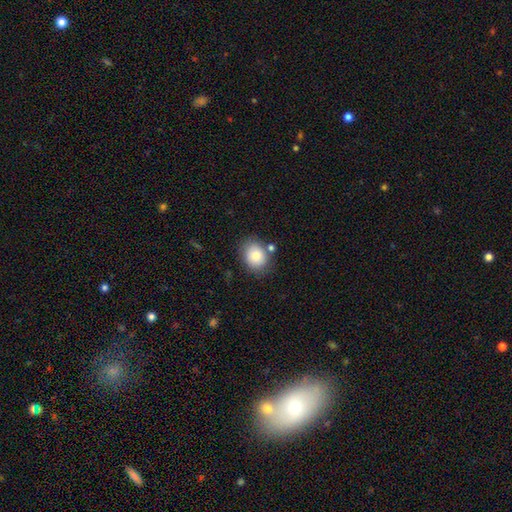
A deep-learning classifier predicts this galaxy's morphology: Overall: smooth (82%). How rounded: round (50%; in between 49%). Merging: none (76%).